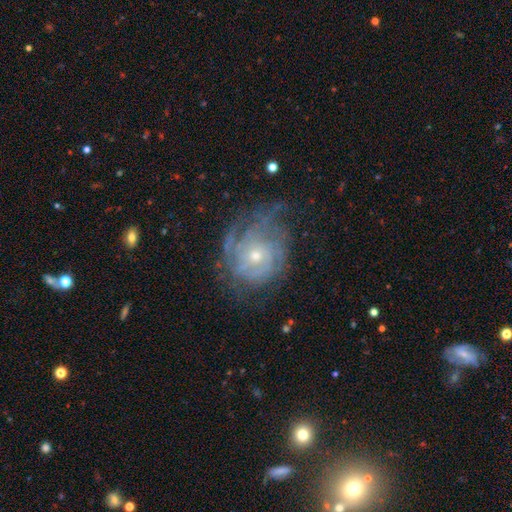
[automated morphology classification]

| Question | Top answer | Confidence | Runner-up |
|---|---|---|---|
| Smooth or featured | featured or disk | 77% | smooth (14%) |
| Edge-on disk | no | 97% | yes (3%) |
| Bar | no | 79% | weak (18%) |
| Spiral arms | yes | 86% | no (14%) |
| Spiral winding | tight | 65% | medium (26%) |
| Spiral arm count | can't tell | 50% | 2 (15%) |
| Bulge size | small | 57% | moderate (40%) |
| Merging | none | 54% | minor disturbance (25%) |